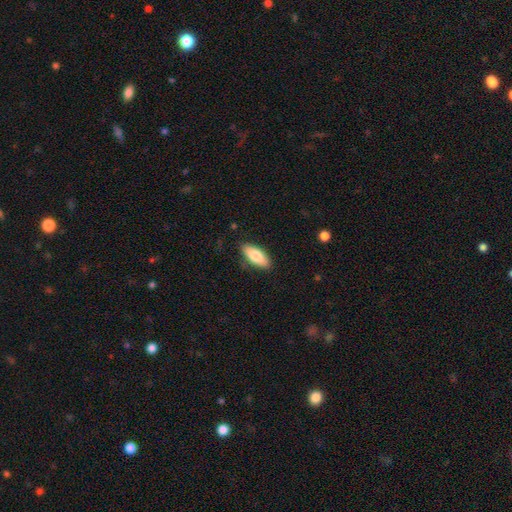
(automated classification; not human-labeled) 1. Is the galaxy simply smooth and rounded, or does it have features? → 79% smooth, 15% featured or disk, 6% star or artifact.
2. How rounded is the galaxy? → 80% in between, 17% cigar-shaped, 2% round.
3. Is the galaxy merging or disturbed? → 84% none, 12% minor disturbance, 2% major disturbance, 1% merger.